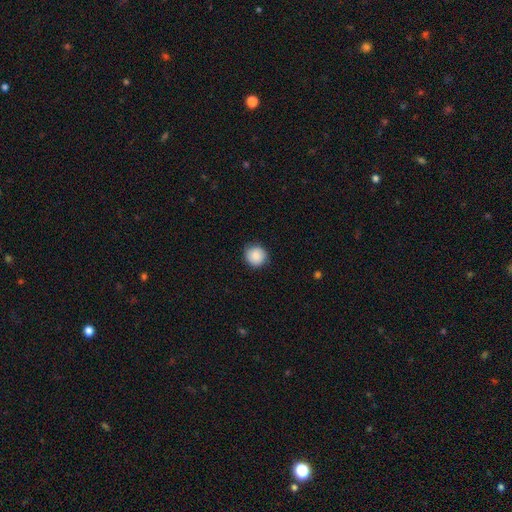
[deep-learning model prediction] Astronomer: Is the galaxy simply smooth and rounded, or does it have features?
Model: smooth — 86%.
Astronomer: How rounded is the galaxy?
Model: round — 92%.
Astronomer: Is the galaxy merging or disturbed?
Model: none — 86%.